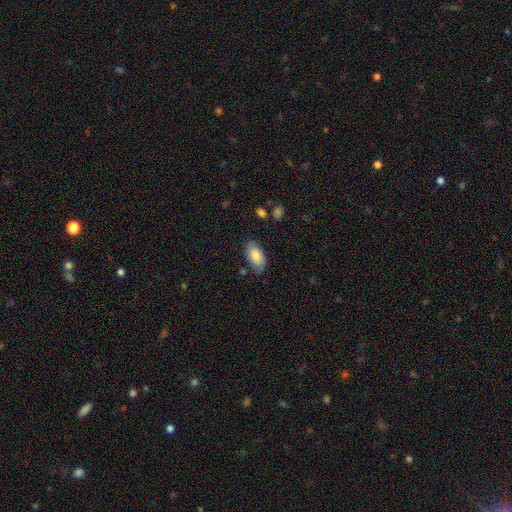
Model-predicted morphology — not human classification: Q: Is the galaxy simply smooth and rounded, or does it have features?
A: smooth — 84%.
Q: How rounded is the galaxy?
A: in between — 94%.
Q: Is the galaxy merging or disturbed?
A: none — 73%.